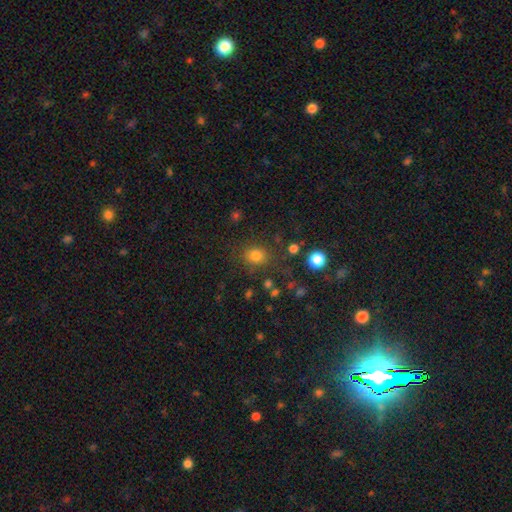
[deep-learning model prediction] Overall: smooth (78%). How rounded: round (71%). Merging: none (78%).